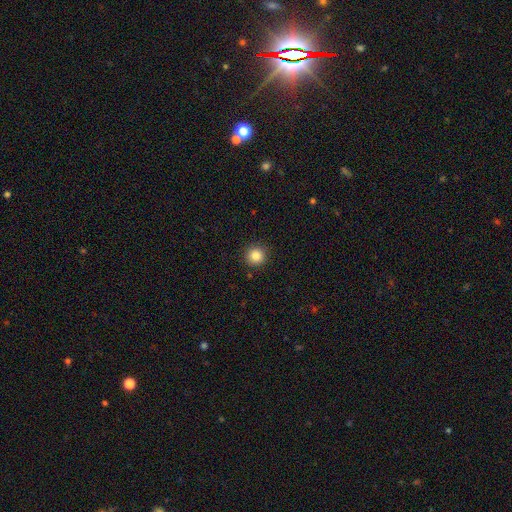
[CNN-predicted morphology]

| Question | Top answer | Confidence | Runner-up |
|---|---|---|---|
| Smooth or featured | smooth | 85% | star or artifact (11%) |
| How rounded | round | 95% | in between (4%) |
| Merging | none | 91% | minor disturbance (6%) |